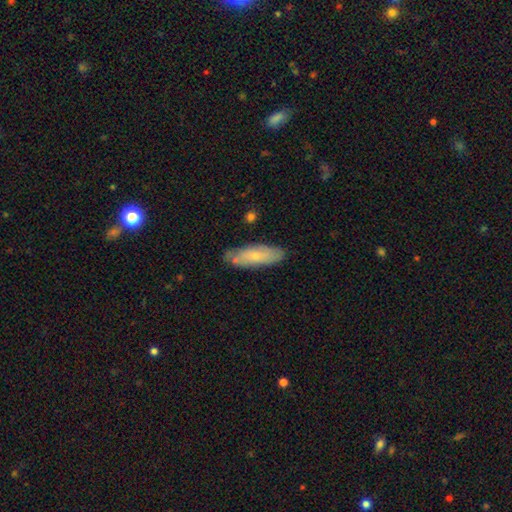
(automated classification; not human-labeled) Smooth or featured? Predicted: smooth (p=0.65). How rounded? Predicted: in between (p=0.57). Merging? Predicted: none (p=0.72).